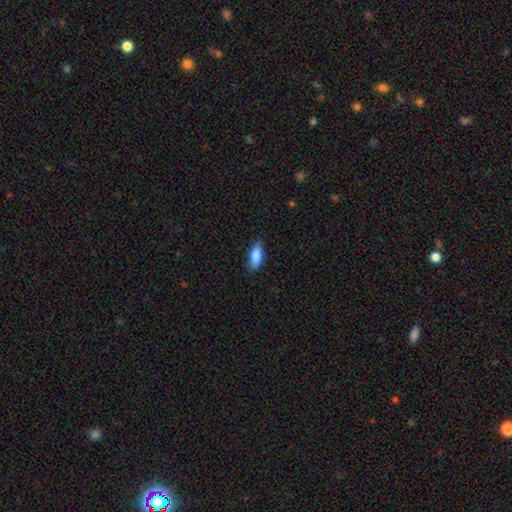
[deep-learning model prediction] Smooth or featured? smooth (84%)
How rounded? in between (78%)
Merging? none (74%)